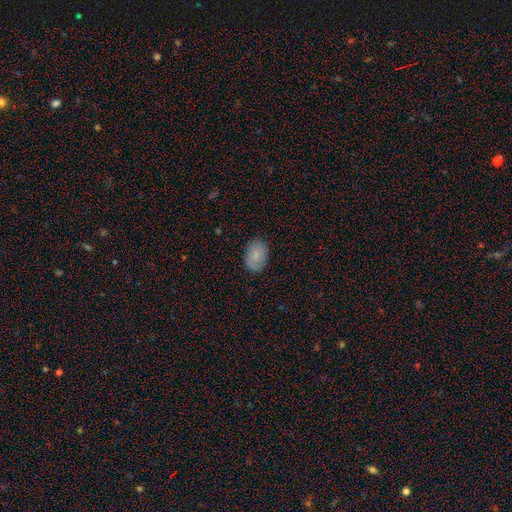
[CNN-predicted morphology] Q: Smooth or featured?
A: smooth (80%); runner-up: featured or disk (12%)
Q: How rounded?
A: in between (81%); runner-up: round (18%)
Q: Merging?
A: none (84%); runner-up: minor disturbance (12%)